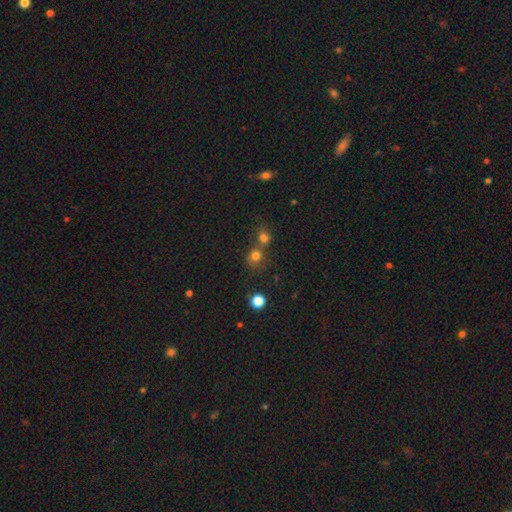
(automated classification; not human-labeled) A smooth galaxy with no disk features (75%) that is round (84%). Merging: none (53%).